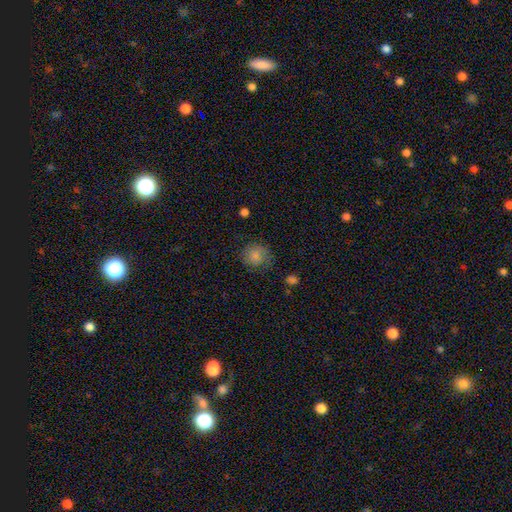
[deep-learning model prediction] Smooth or featured? smooth (82%)
How rounded? round (86%)
Merging? none (71%)